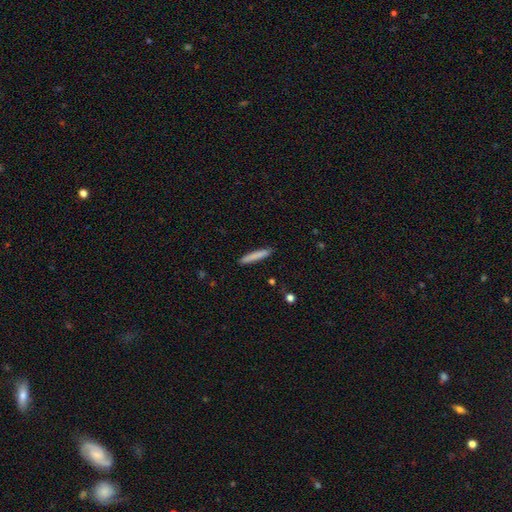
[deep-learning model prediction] This appears to be a smooth galaxy with no disk features (81%) that is cigar-shaped (94%). Merging: none (90%).